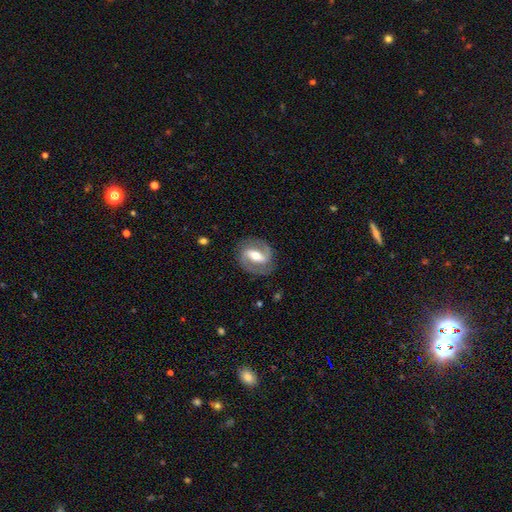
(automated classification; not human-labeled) Smooth or featured?
  - featured or disk: 83% *
  - smooth: 12%
  - star or artifact: 5%
Edge-on disk?
  - no: 96% *
  - yes: 4%
Bar?
  - strong: 56% *
  - weak: 30%
  - no: 14%
Spiral arms?
  - yes: 91% *
  - no: 9%
Spiral winding?
  - medium: 49% *
  - tight: 33%
  - loose: 18%
Spiral arm count?
  - 2: 90% *
  - can't tell: 4%
  - 1: 3%
  - 3: 1%
  - 4: 1%
  - more than 4: 1%
Bulge size?
  - moderate: 67% *
  - small: 23%
  - large: 8%
  - dominant: 1%
  - none: 1%
Merging?
  - none: 84% *
  - minor disturbance: 10%
  - major disturbance: 5%
  - merger: 1%